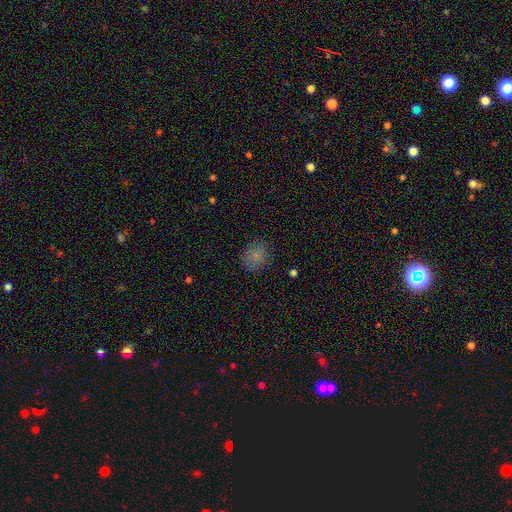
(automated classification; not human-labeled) Smooth or featured? Predicted: smooth (p=0.81). How rounded? Predicted: round (p=0.74). Merging? Predicted: none (p=0.82).